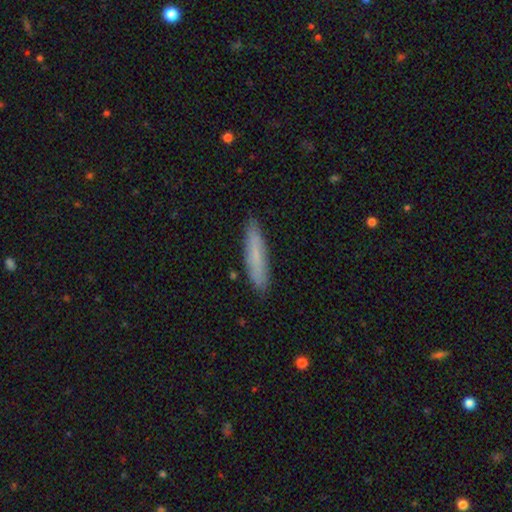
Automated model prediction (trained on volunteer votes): A smooth galaxy with no disk features (72%) that is cigar-shaped (87%).

Vote fractions:
- Smooth or featured? smooth: 72% / featured or disk: 22% / star or artifact: 6%
- How rounded? cigar-shaped: 87% / in between: 11% / round: 1%
- Merging? none: 88% / minor disturbance: 9% / major disturbance: 2% / merger: 1%